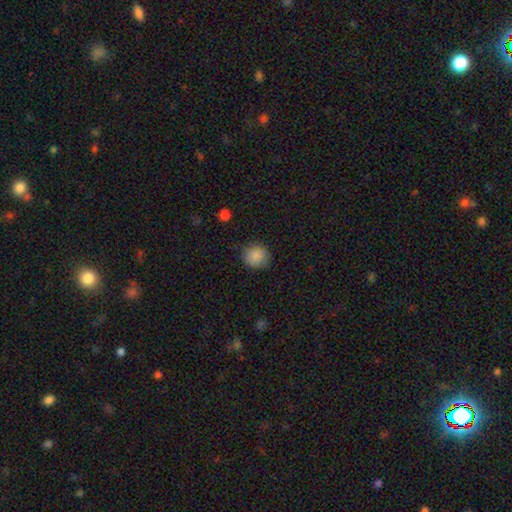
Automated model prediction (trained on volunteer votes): Smooth or featured?
  - smooth: 88% *
  - star or artifact: 9%
  - featured or disk: 3%
How rounded?
  - round: 91% *
  - in between: 8%
  - cigar-shaped: 1%
Merging?
  - none: 86% *
  - minor disturbance: 10%
  - major disturbance: 3%
  - merger: 1%